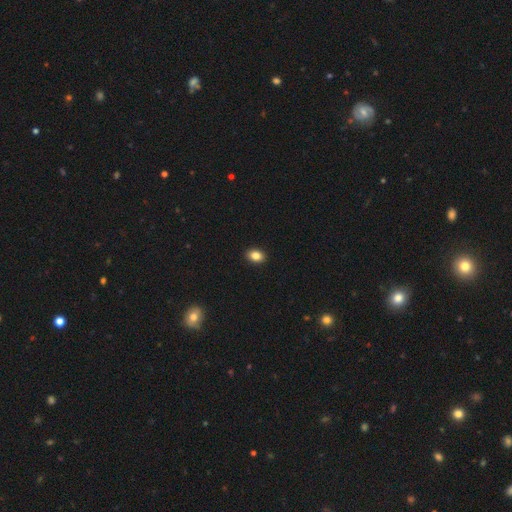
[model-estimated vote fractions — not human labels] The model was most divided on "how rounded": in between: 72%, round: 26%, cigar-shaped: 1%. More confident: merging — none (92%); smooth or featured — smooth (85%).